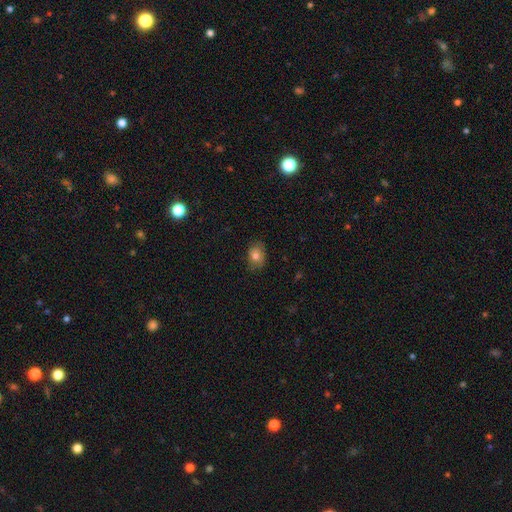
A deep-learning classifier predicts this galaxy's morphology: Overall: smooth (77%). How rounded: in between (68%; round 30%). Merging: none (77%).